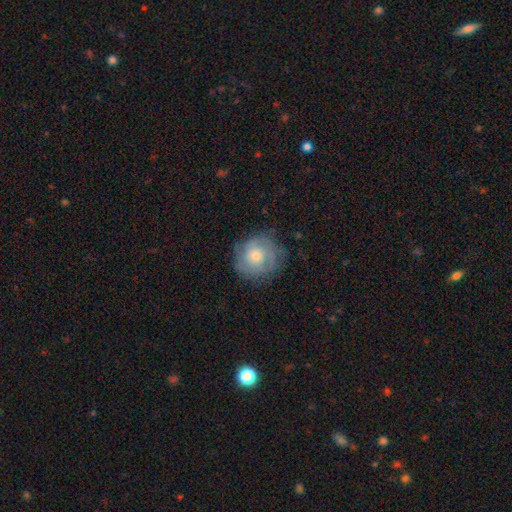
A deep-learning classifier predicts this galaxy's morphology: Smooth or featured? featured or disk (49%)
Merging? none (72%)